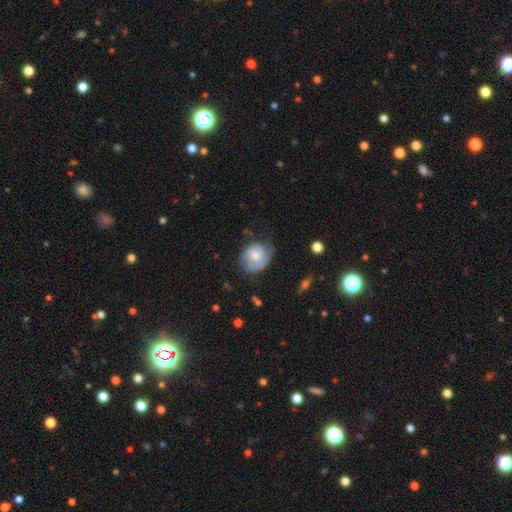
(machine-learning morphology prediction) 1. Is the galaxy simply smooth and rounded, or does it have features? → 58% featured or disk, 36% smooth, 7% star or artifact.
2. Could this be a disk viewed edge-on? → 97% no, 3% yes.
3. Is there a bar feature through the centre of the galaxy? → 73% no, 23% weak, 3% strong.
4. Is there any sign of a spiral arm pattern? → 83% yes, 17% no.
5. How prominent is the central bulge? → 55% moderate, 28% small, 10% large, 5% none, 2% dominant.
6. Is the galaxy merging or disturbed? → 58% none, 27% minor disturbance, 13% major disturbance, 2% merger.